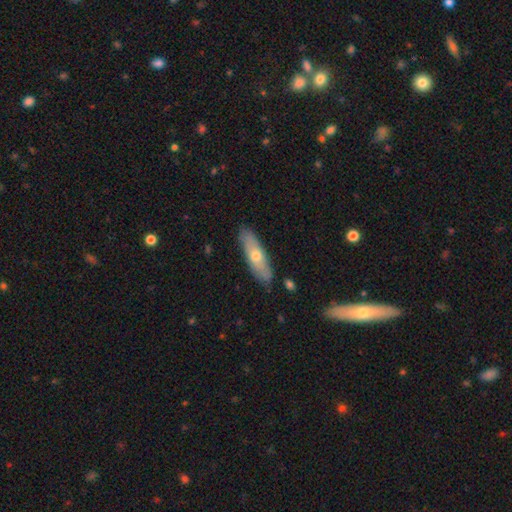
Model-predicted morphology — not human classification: Q: Smooth or featured?
A: smooth (53%); runner-up: featured or disk (41%)
Q: How rounded?
A: cigar-shaped (55%); runner-up: in between (43%)
Q: Merging?
A: none (85%); runner-up: minor disturbance (11%)